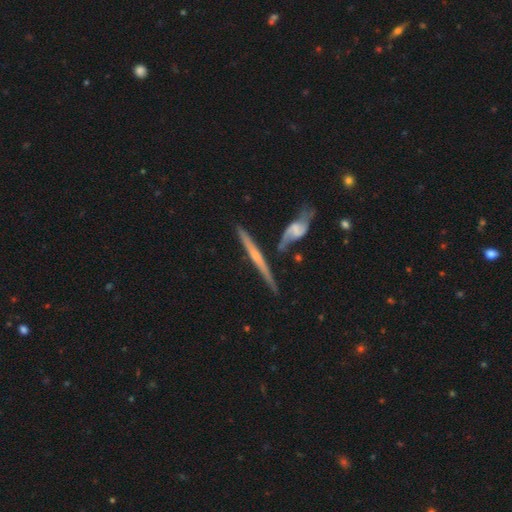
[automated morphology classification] A featured or disk galaxy (72%) viewed edge-on (93%) with no central bulge (48%).

Vote fractions:
- Smooth or featured? featured or disk: 72% / smooth: 21% / star or artifact: 7%
- Edge-on disk? yes: 93% / no: 7%
- Edge-on bulge? none: 48% / rounded: 43% / boxy: 9%
- Merging? none: 67% / merger: 15% / minor disturbance: 13% / major disturbance: 5%